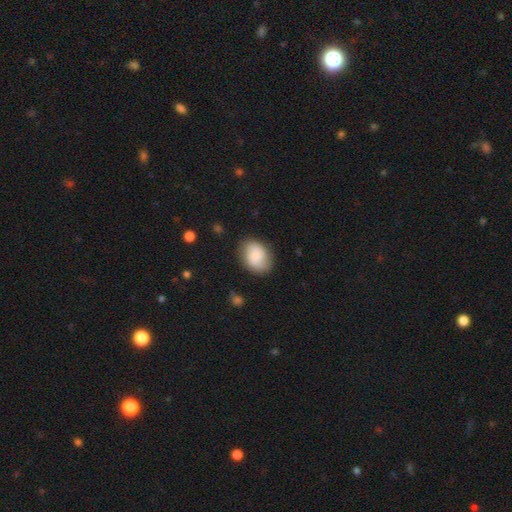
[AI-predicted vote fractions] Smooth or featured?
  - smooth: 71% *
  - featured or disk: 21%
  - star or artifact: 8%
How rounded?
  - in between: 63% *
  - round: 36%
  - cigar-shaped: 1%
Merging?
  - none: 79% *
  - minor disturbance: 15%
  - major disturbance: 4%
  - merger: 1%